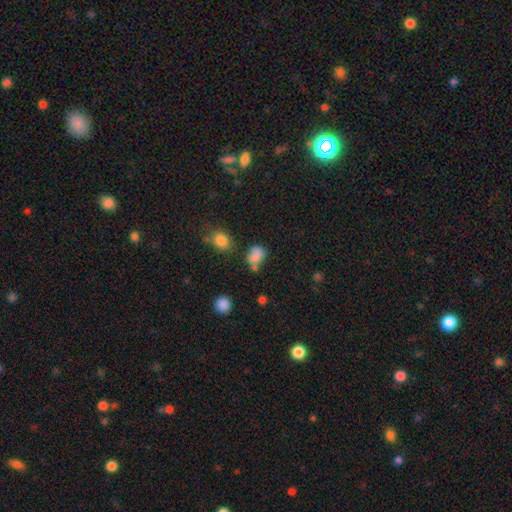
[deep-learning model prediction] A smooth galaxy with no disk features (75%) that is in between round and cigar-shaped (66%).

Vote fractions:
- Smooth or featured? smooth: 75% / star or artifact: 14% / featured or disk: 11%
- How rounded? in between: 66% / round: 33% / cigar-shaped: 2%
- Merging? none: 40% / minor disturbance: 24% / merger: 23% / major disturbance: 13%